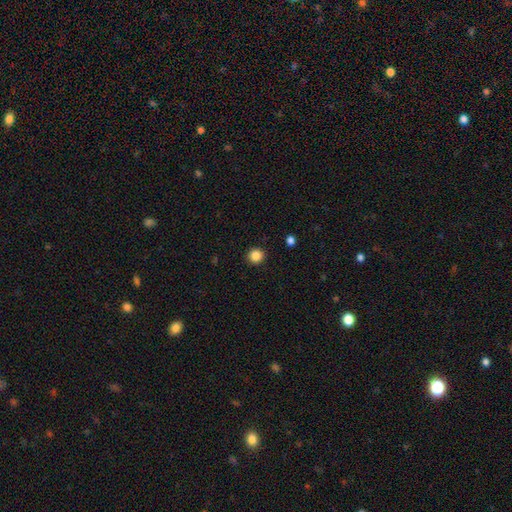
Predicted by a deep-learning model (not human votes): smooth_or_featured: smooth (p=0.85) [alt: star or artifact p=0.11]
how_rounded: round (p=0.94) [alt: in between p=0.05]
merging: none (p=0.93) [alt: minor disturbance p=0.05]